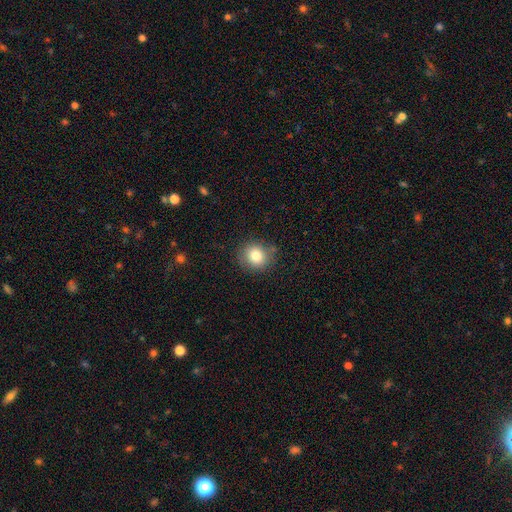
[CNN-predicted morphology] The model was most divided on "how rounded": round: 83%, in between: 16%, cigar-shaped: 1%. More confident: merging — none (85%); smooth or featured — smooth (81%).